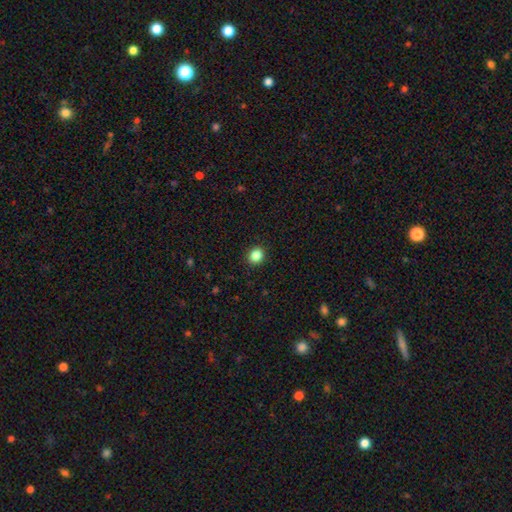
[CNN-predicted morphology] smooth 86%, star or artifact 10%, featured or disk 3%. Down the decision tree: how rounded — round (76%); merging — none (92%).